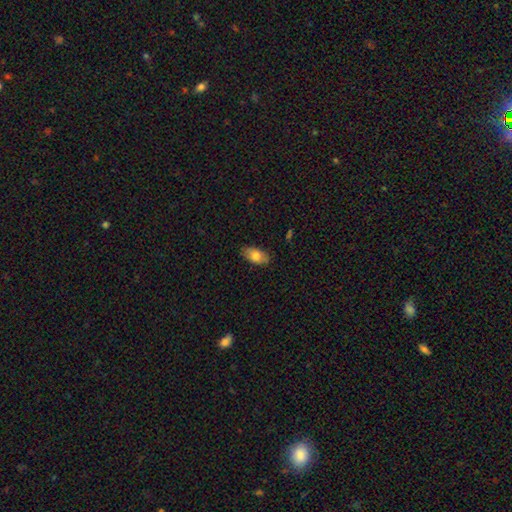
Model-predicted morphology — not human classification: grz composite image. It shows a smooth galaxy with no disk features (81%) that is in between round and cigar-shaped (92%). Merging: none (83%).